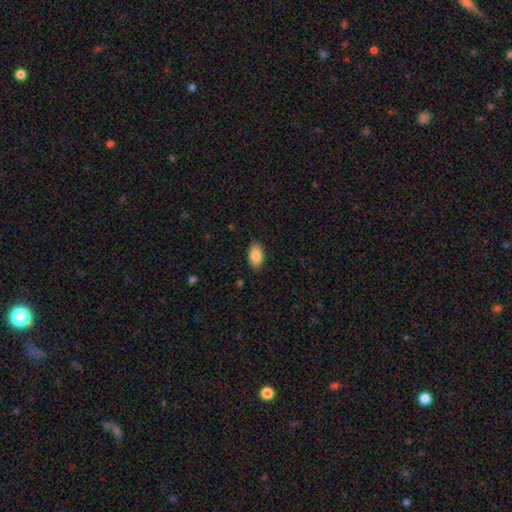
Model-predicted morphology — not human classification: Smooth or featured: smooth — 86% (featured or disk — 8%)
How rounded: in between — 94% (round — 4%)
Merging: none — 87% (minor disturbance — 10%)